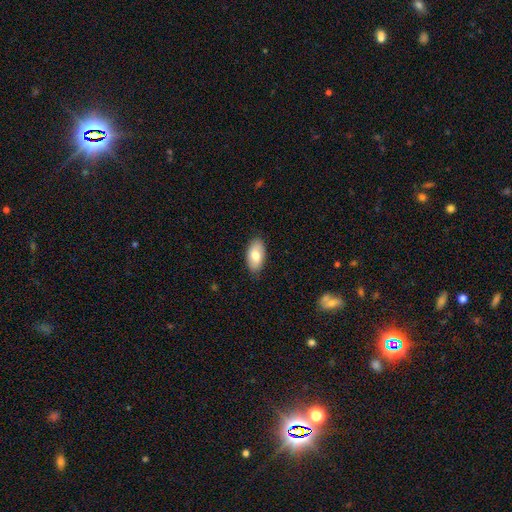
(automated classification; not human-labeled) A smooth galaxy with no disk features (77%) that is in between round and cigar-shaped (95%).

Vote fractions:
- Smooth or featured? smooth: 77% / featured or disk: 17% / star or artifact: 6%
- How rounded? in between: 95% / round: 3% / cigar-shaped: 3%
- Merging? none: 86% / minor disturbance: 11% / major disturbance: 2% / merger: 1%